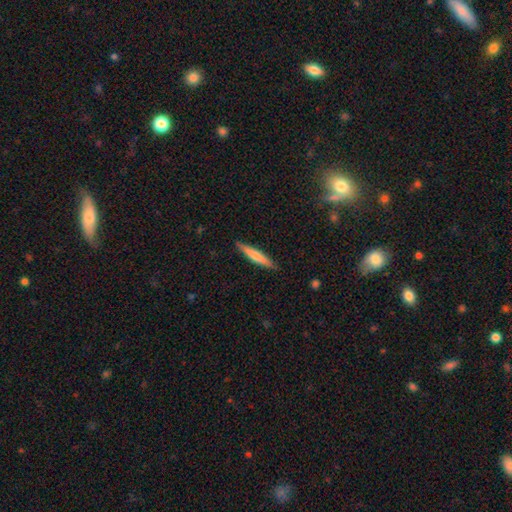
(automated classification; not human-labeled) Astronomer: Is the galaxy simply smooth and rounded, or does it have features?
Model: smooth — 64%.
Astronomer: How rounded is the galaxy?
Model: cigar-shaped — 92%.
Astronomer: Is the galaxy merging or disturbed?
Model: none — 89%.